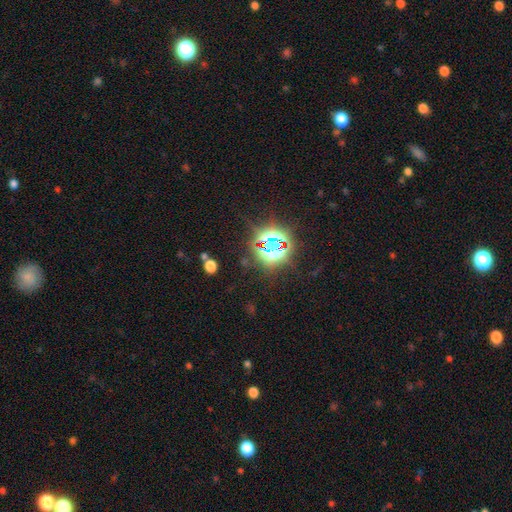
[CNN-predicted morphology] This appears to be a star or artifact, not a galaxy (83%).